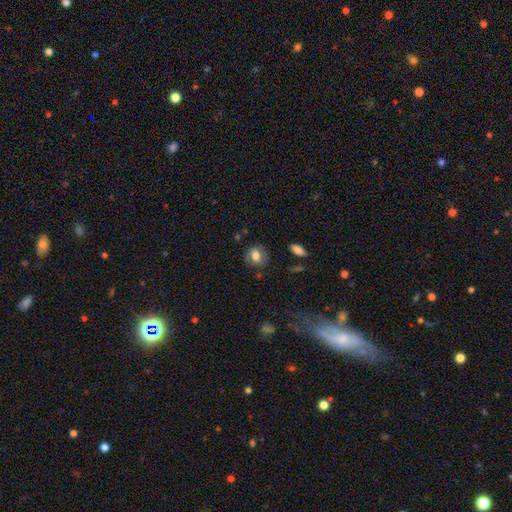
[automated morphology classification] A smooth galaxy with no disk features (74%) that is round (57%).

Vote fractions:
- Smooth or featured? smooth: 74% / featured or disk: 17% / star or artifact: 9%
- How rounded? round: 57% / in between: 41% / cigar-shaped: 1%
- Merging? none: 78% / minor disturbance: 15% / major disturbance: 5% / merger: 2%